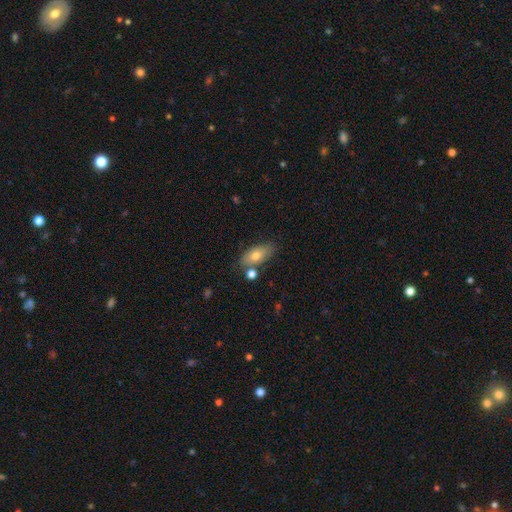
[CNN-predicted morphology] A smooth galaxy with no disk features (73%) that is in between round and cigar-shaped (86%).

Vote fractions:
- Smooth or featured? smooth: 73% / featured or disk: 20% / star or artifact: 8%
- How rounded? in between: 86% / cigar-shaped: 9% / round: 5%
- Merging? none: 70% / minor disturbance: 15% / merger: 11% / major disturbance: 4%